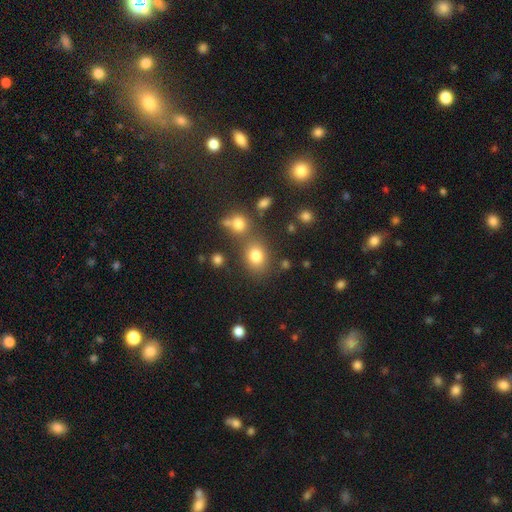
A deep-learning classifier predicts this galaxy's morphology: smooth 78%, star or artifact 14%, featured or disk 8%. Down the decision tree: how rounded — round (55%); merging — none (65%).